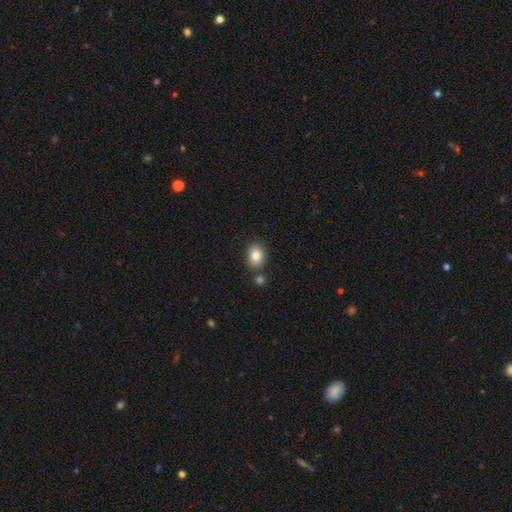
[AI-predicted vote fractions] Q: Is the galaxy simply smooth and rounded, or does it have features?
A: smooth — 84%.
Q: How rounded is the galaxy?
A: in between — 65%.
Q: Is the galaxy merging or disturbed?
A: none — 78%.